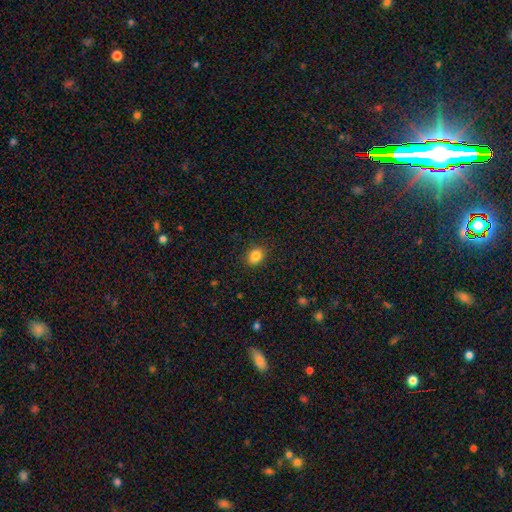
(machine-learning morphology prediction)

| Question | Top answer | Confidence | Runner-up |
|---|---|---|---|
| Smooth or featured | smooth | 84% | star or artifact (10%) |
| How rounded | in between | 50% | round (49%) |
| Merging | none | 87% | minor disturbance (9%) |